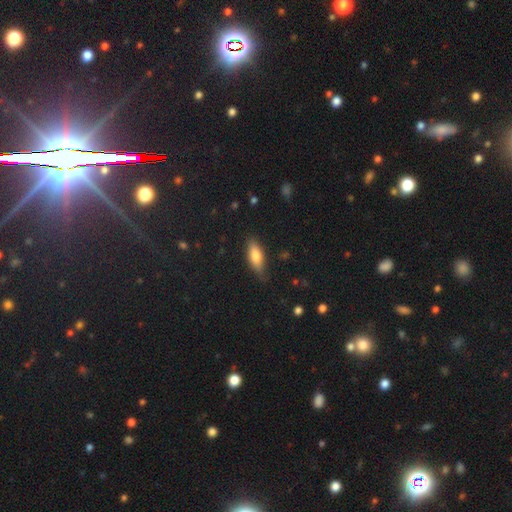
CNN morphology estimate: This is likely a smooth galaxy (75%). How rounded: likely in between (72%). Merging: likely none (76%).